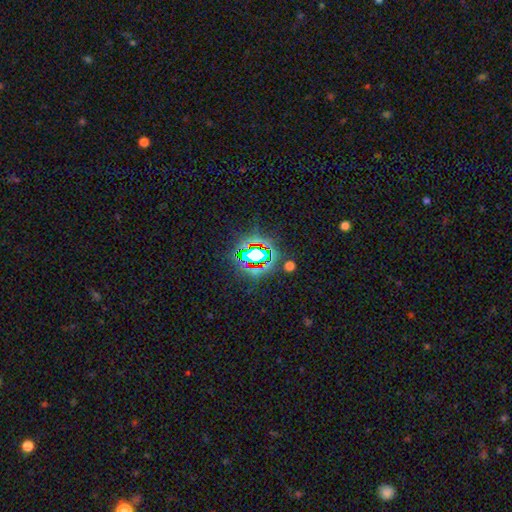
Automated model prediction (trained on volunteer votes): A star or artifact, not a galaxy (70%).

Vote fractions:
- Smooth or featured? star or artifact: 70% / smooth: 18% / featured or disk: 12%